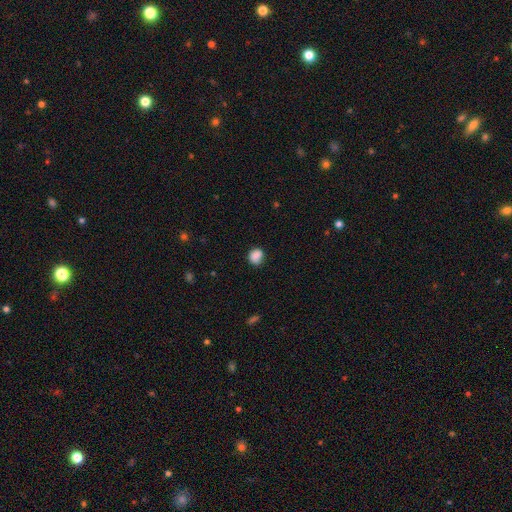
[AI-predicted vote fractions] A smooth galaxy with no disk features (85%) that is round (68%). Merging: none (71%).